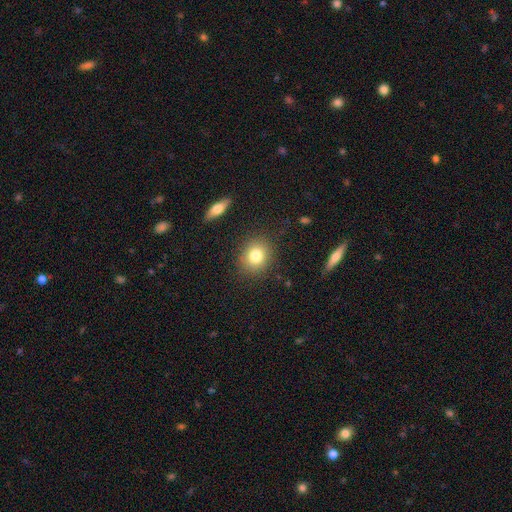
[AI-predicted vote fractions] A smooth galaxy with no disk features (80%) that is round (70%). Merging: none (86%).